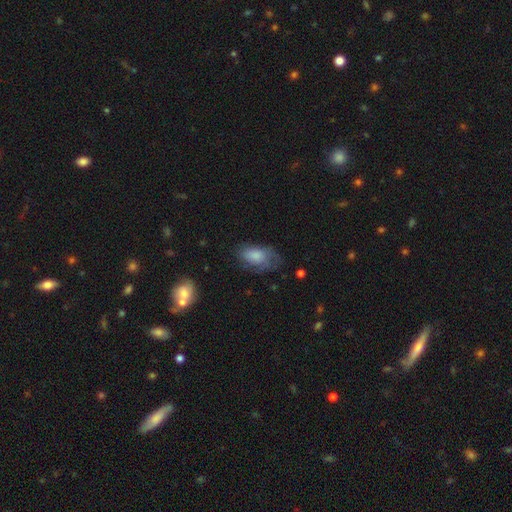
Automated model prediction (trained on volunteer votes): This is likely a smooth galaxy (68%). How rounded: clearly in between (91%). Merging: possibly none (50%).